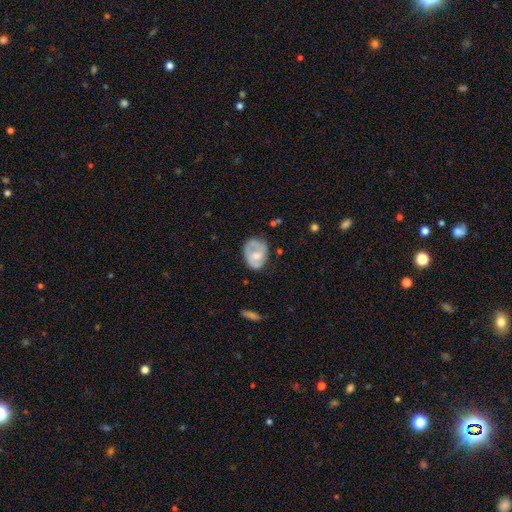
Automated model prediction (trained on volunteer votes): Overall: featured or disk (48%; smooth 46%). Merging: none (49%; minor disturbance 31%).